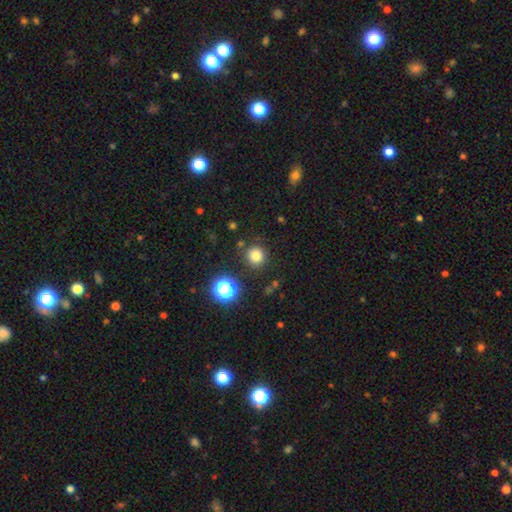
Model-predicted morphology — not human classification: Overall: smooth (78%). How rounded: round (92%). Merging: none (85%).